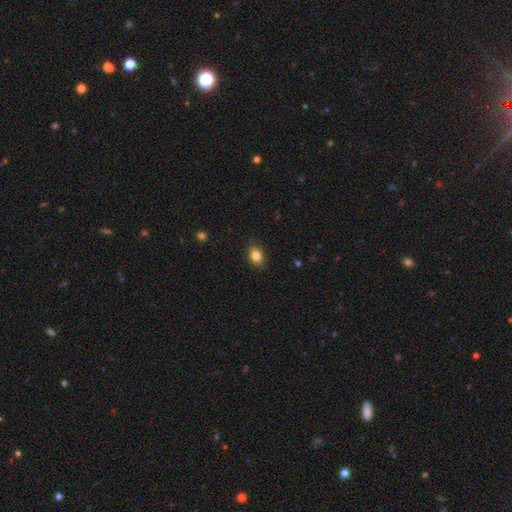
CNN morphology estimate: smooth 85%, star or artifact 9%, featured or disk 6%. Down the decision tree: how rounded — in between (76%); merging — none (86%).